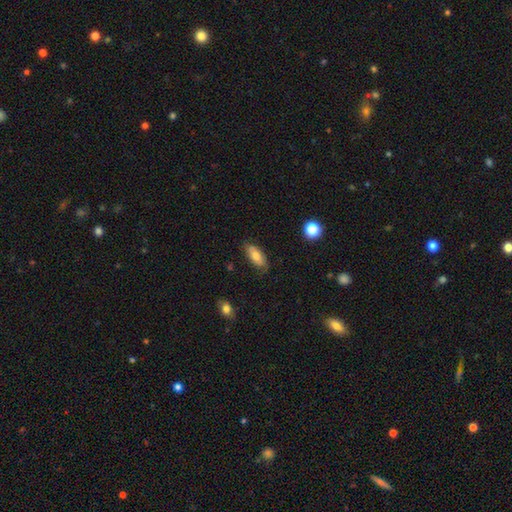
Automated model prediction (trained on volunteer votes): This is likely a smooth galaxy (74%). How rounded: clearly in between (83%). Merging: likely none (76%).